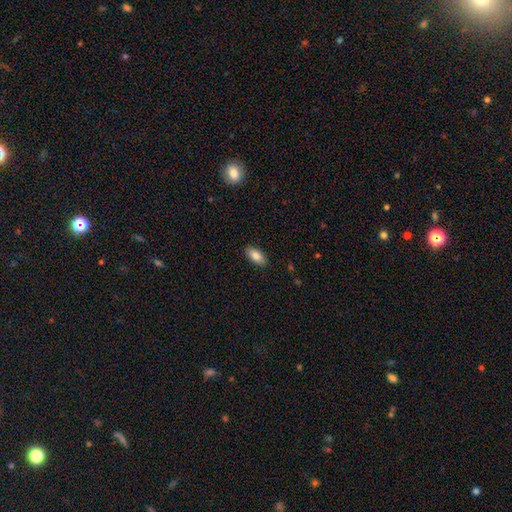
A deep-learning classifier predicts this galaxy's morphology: A smooth galaxy with no disk features (86%) that is in between round and cigar-shaped (92%). Merging: none (88%).